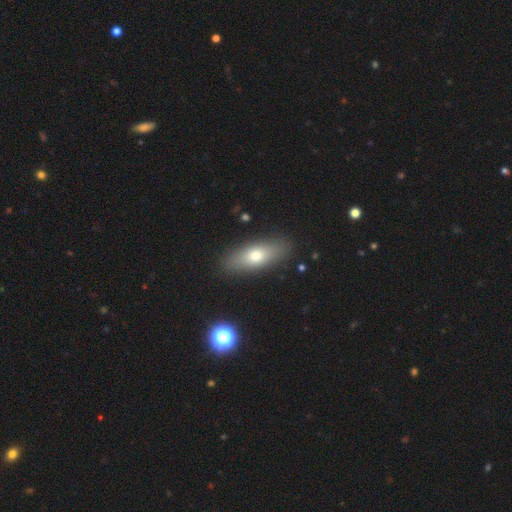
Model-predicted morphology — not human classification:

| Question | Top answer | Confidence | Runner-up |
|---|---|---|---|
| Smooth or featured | smooth | 70% | featured or disk (23%) |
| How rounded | in between | 69% | cigar-shaped (28%) |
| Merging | none | 87% | minor disturbance (9%) |